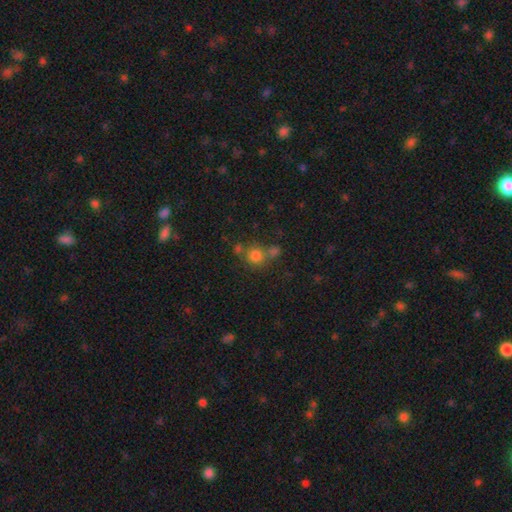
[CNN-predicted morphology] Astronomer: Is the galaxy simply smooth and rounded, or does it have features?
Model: smooth — 76%.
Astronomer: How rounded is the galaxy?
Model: round — 88%.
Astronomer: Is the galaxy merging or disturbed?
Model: none — 55%.